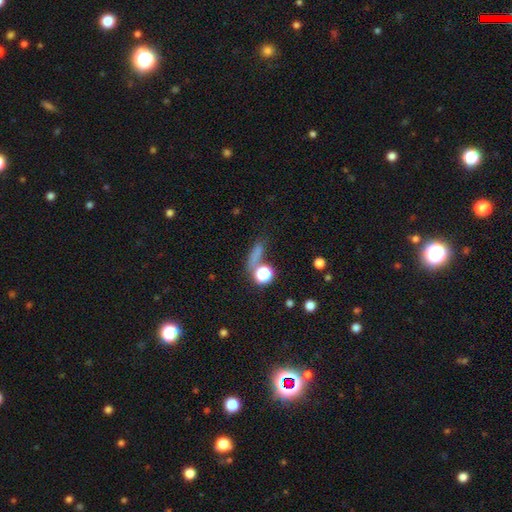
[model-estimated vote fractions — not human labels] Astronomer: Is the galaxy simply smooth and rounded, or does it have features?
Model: smooth — 61%.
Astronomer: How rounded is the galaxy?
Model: round — 36% (runner-up: cigar-shaped, 35%).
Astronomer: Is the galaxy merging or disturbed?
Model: none — 59%.